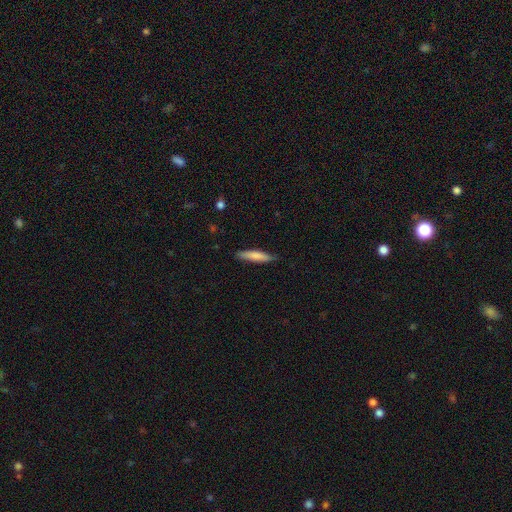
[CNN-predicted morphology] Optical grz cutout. It shows a smooth galaxy with no disk features (77%) that is cigar-shaped (86%). Merging: none (84%).